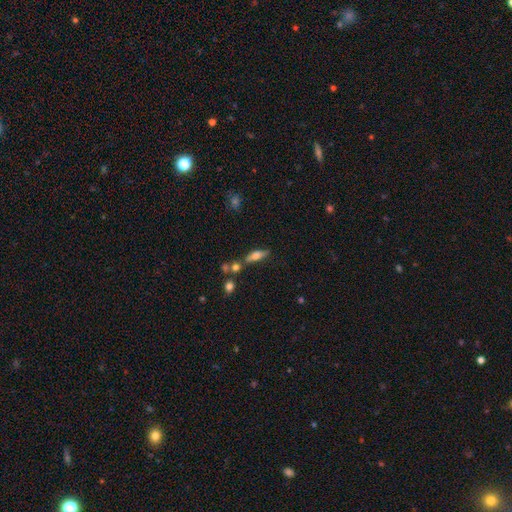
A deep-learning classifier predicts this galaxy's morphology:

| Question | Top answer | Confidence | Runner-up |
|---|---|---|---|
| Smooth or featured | smooth | 58% | featured or disk (33%) |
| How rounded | cigar-shaped | 51% | in between (44%) |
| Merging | none | 60% | merger (17%) |